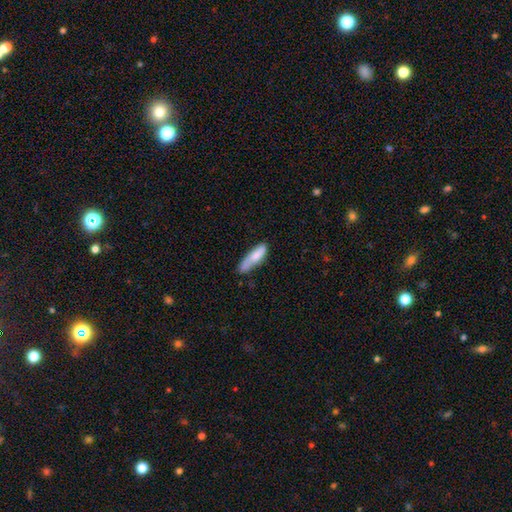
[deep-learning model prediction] Smooth or featured? smooth (78%)
How rounded? cigar-shaped (66%)
Merging? none (49%)